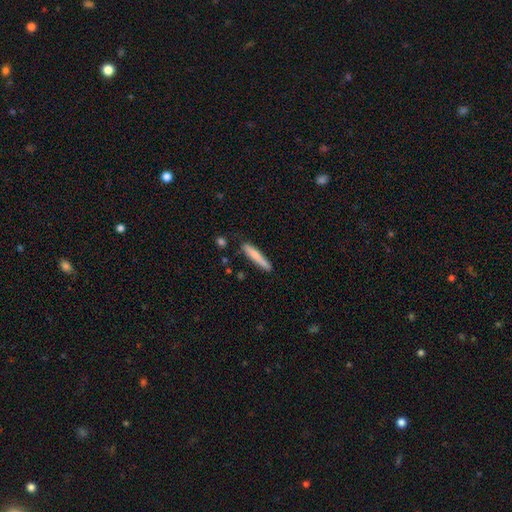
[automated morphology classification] The model was most divided on "smooth or featured": smooth: 75%, featured or disk: 20%, star or artifact: 6%. More confident: how rounded — cigar-shaped (92%); merging — none (81%).